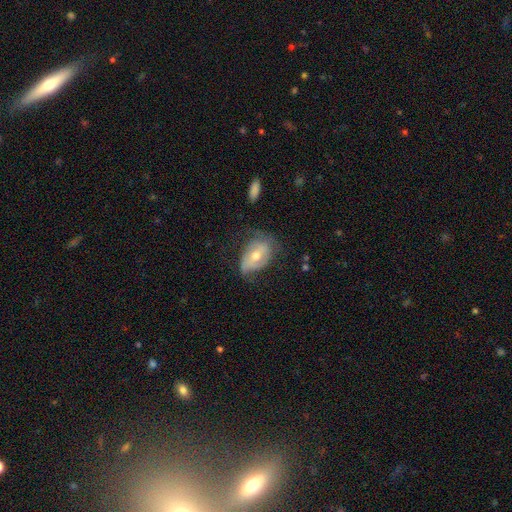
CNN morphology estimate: Smooth or featured? Predicted: featured or disk (p=0.50). Edge-on disk? Predicted: no (p=0.92). Merging? Predicted: none (p=0.45).